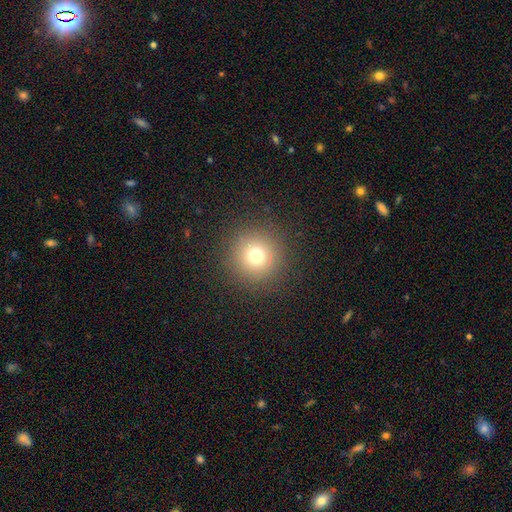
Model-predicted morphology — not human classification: smooth 73%, star or artifact 17%, featured or disk 10%. Down the decision tree: how rounded — round (96%); merging — none (90%).